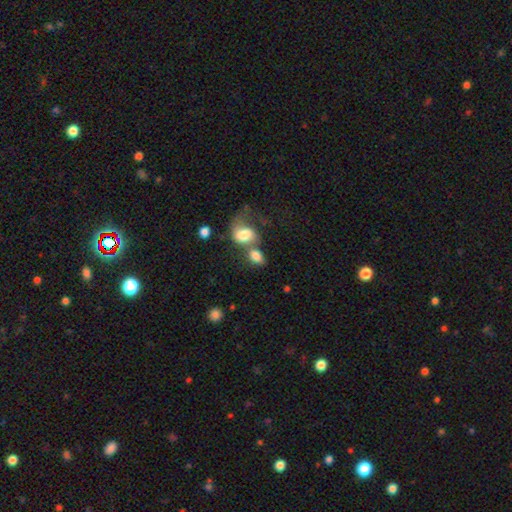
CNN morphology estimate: Smooth or featured? Predicted: smooth (p=0.76). How rounded? Predicted: in between (p=0.72). Merging? Predicted: merger (p=0.55).